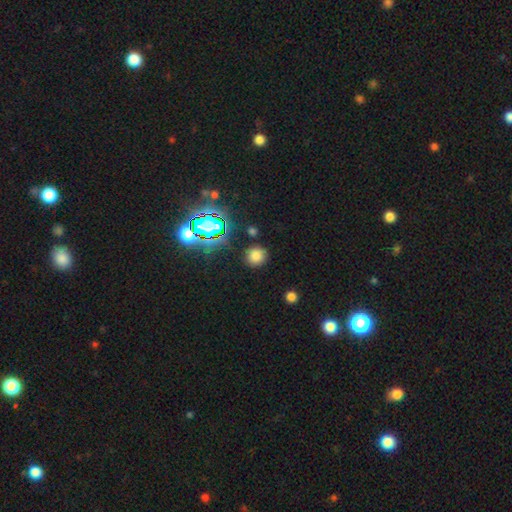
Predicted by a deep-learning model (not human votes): Smooth or featured? Predicted: smooth (p=0.72). How rounded? Predicted: round (p=0.88). Merging? Predicted: none (p=0.86).